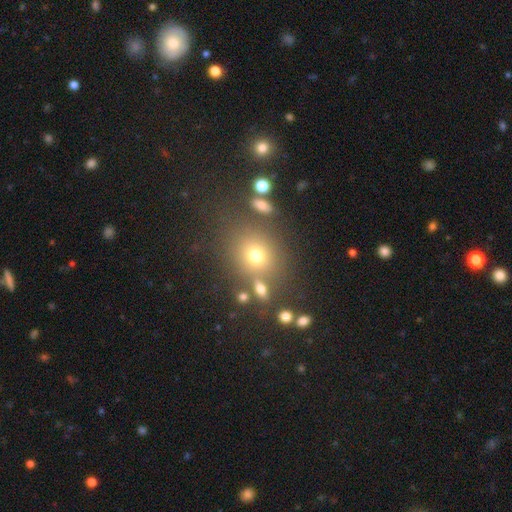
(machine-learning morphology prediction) Q: Smooth or featured?
A: smooth (70%); runner-up: star or artifact (19%)
Q: How rounded?
A: round (75%); runner-up: in between (23%)
Q: Merging?
A: none (69%); runner-up: merger (13%)